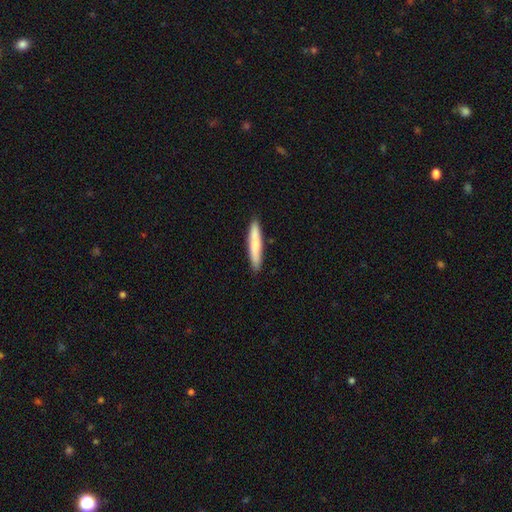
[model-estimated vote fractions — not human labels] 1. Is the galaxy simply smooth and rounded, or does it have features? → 69% smooth, 24% featured or disk, 7% star or artifact.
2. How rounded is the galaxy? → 94% cigar-shaped, 4% in between, 1% round.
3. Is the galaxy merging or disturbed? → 91% none, 6% minor disturbance, 1% major disturbance, 1% merger.